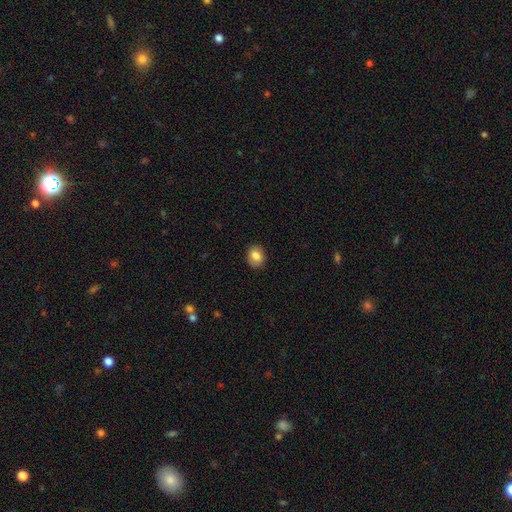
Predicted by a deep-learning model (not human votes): smooth-or-featured: smooth: 84% | star or artifact: 8% | featured or disk: 8%
  how-rounded: round: 51% | in between: 48% | cigar-shaped: 1%
  merging: none: 88% | minor disturbance: 9% | major disturbance: 2% | merger: 1%